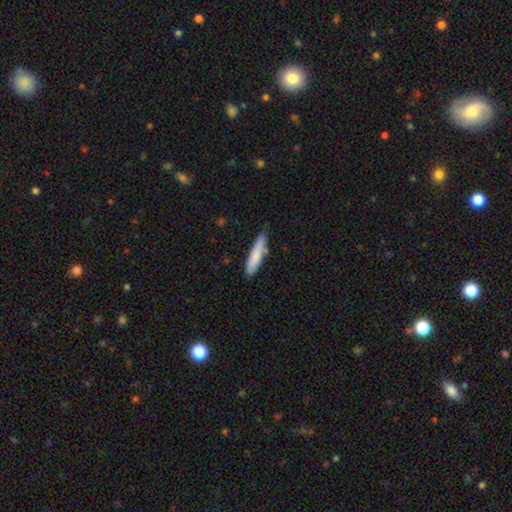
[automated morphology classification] type=smooth (79%); roundness=cigar-shaped (83%); merging=none (67%).